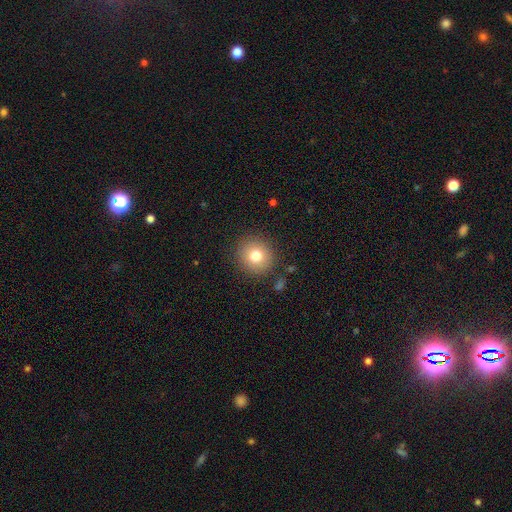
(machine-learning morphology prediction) Q: Smooth or featured?
A: smooth (77%); runner-up: featured or disk (12%)
Q: How rounded?
A: round (91%); runner-up: in between (8%)
Q: Merging?
A: none (89%); runner-up: minor disturbance (7%)